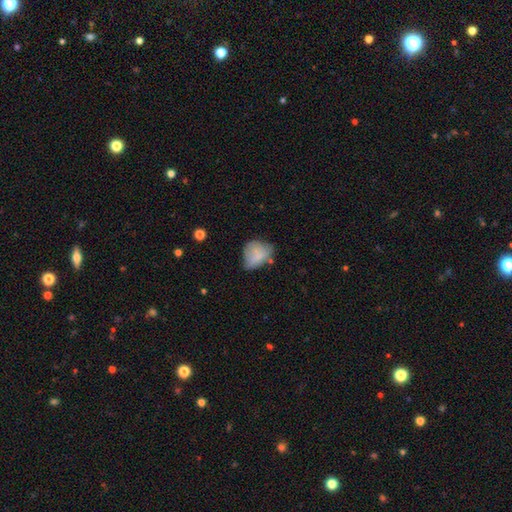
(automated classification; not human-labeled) Morphology: type=smooth (73%); roundness=in between (59%); merging=minor disturbance (41%).